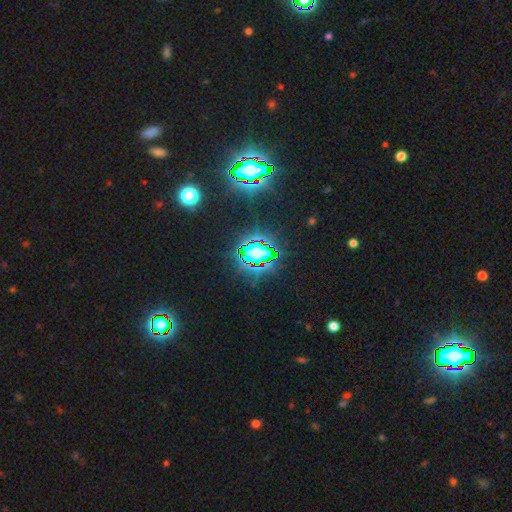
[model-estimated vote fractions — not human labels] Overall: star or artifact (73%).